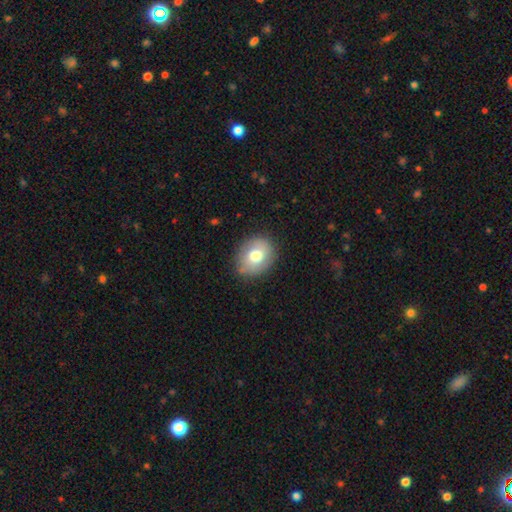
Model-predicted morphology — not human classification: Smooth or featured? smooth (74%)
How rounded? round (58%)
Merging? none (83%)